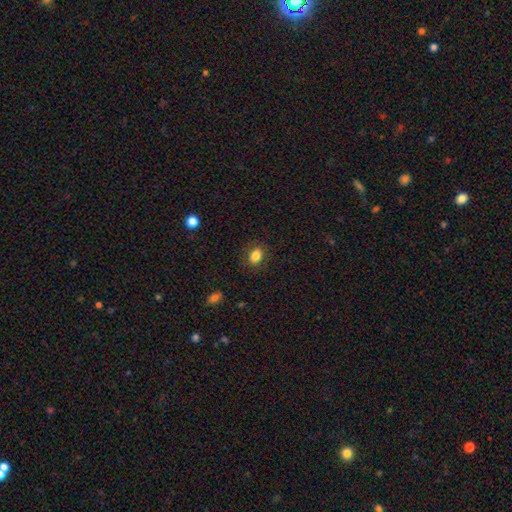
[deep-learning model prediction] Overall: smooth (85%). How rounded: in between (74%). Merging: none (86%).